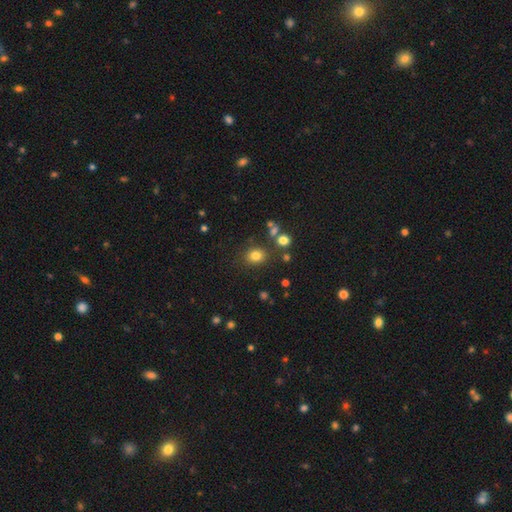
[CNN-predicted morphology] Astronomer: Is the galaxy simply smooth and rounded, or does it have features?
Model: smooth — 79%.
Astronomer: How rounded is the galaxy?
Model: round — 67%.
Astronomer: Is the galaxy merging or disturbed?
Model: none — 81%.